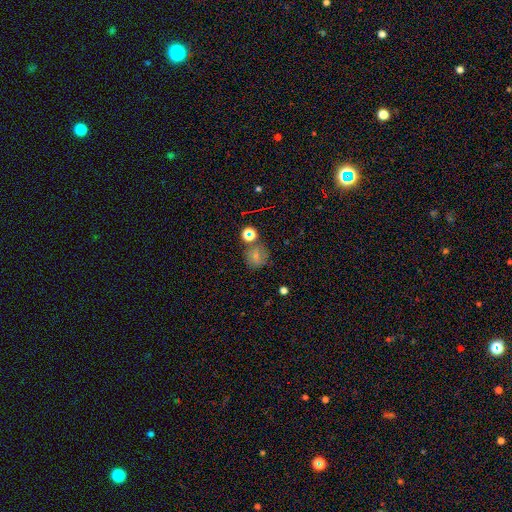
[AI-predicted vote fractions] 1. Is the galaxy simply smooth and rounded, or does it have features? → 63% smooth, 22% star or artifact, 15% featured or disk.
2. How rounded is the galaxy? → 79% round, 20% in between, 1% cigar-shaped.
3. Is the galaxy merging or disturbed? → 65% none, 15% minor disturbance, 13% merger, 7% major disturbance.